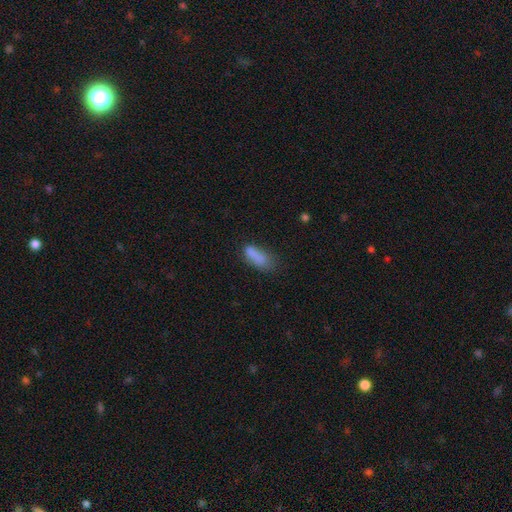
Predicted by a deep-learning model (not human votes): Q: Smooth or featured?
A: smooth (78%); runner-up: featured or disk (12%)
Q: How rounded?
A: in between (67%); runner-up: cigar-shaped (30%)
Q: Merging?
A: none (44%); runner-up: minor disturbance (30%)